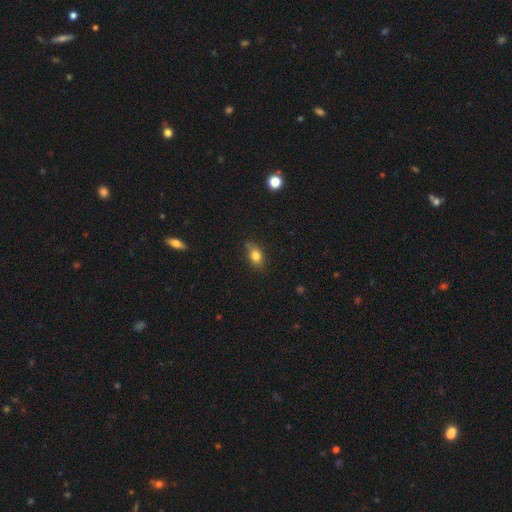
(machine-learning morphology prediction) smooth-or-featured: smooth: 81% | star or artifact: 10% | featured or disk: 9%
  how-rounded: in between: 77% | round: 20% | cigar-shaped: 4%
  merging: none: 77% | minor disturbance: 18% | major disturbance: 3% | merger: 2%